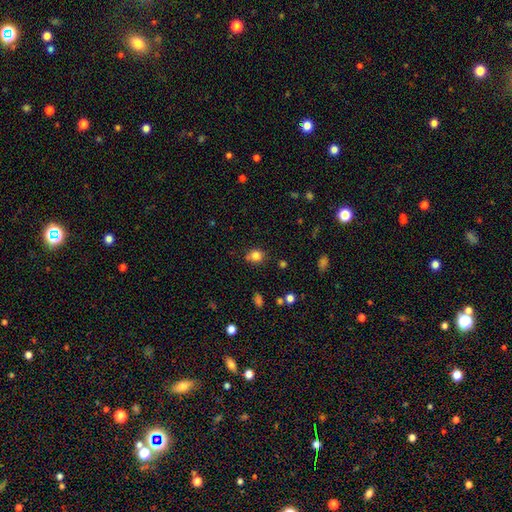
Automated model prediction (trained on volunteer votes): Smooth or featured? smooth (82%)
How rounded? round (69%)
Merging? none (72%)